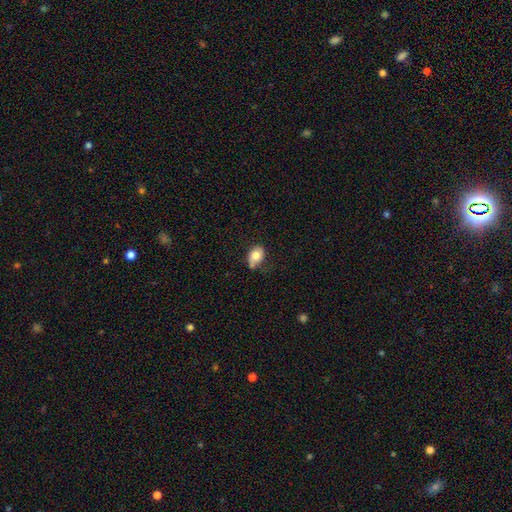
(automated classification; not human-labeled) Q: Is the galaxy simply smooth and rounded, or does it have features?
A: smooth — 77%.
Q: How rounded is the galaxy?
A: in between — 79%.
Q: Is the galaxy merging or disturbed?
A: none — 49%.